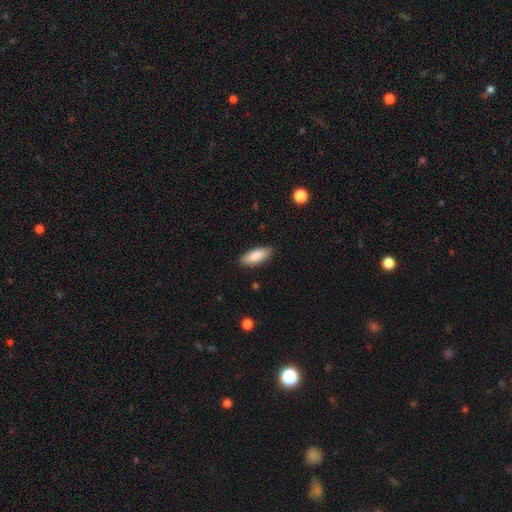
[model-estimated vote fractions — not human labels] Smooth or featured? smooth (84%)
How rounded? in between (79%)
Merging? none (88%)